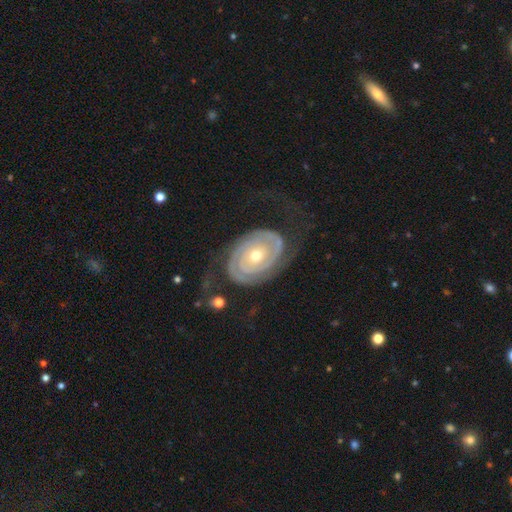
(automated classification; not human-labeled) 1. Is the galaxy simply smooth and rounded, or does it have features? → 90% featured or disk, 6% smooth, 4% star or artifact.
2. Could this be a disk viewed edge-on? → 97% no, 3% yes.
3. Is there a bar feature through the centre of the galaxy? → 77% no, 15% weak, 7% strong.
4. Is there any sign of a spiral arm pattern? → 96% yes, 4% no.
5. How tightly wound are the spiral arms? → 80% tight, 15% medium, 5% loose.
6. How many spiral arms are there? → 71% 2, 12% can't tell, 7% 3, 4% 1, 3% 4, 3% more than 4.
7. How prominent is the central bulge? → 49% moderate, 47% small, 2% large, 1% dominant, 1% none.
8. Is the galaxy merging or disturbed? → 69% none, 15% minor disturbance, 14% major disturbance, 2% merger.